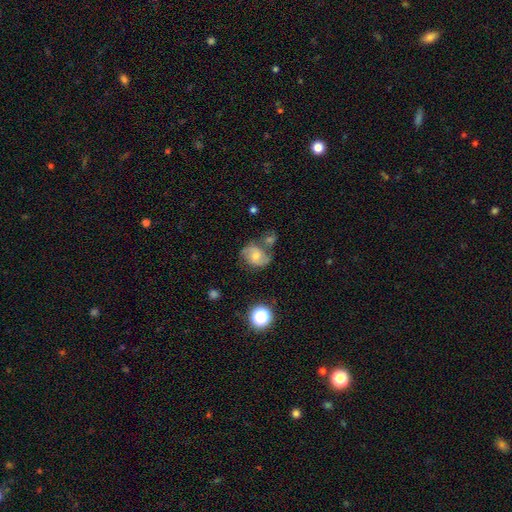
A featured or disk galaxy (65%) with no bar (57%), 2 (78%) tight (39%, tied with medium) spiral arms (78%) and a moderate central bulge (61%).

Vote fractions:
- Smooth or featured? featured or disk: 65% / smooth: 28% / star or artifact: 8%
- Edge-on disk? no: 88% / yes: 12%
- Bar? no: 57% / weak: 43% / strong: 0%
- Spiral arms? yes: 78% / no: 22%
- Spiral winding? tight: 39% (tied) / medium: 39% (tied) / loose: 22%
- Spiral arm count? 2: 78% / can't tell: 17% / 4: 6% / 1: 0% / 3: 0% / more than 4: 0%
- Bulge size? moderate: 61% / small: 35% / large: 4% / dominant: 0% / none: 0%
- Merging? merger: 51% / none: 22% / minor disturbance: 19% / major disturbance: 8%